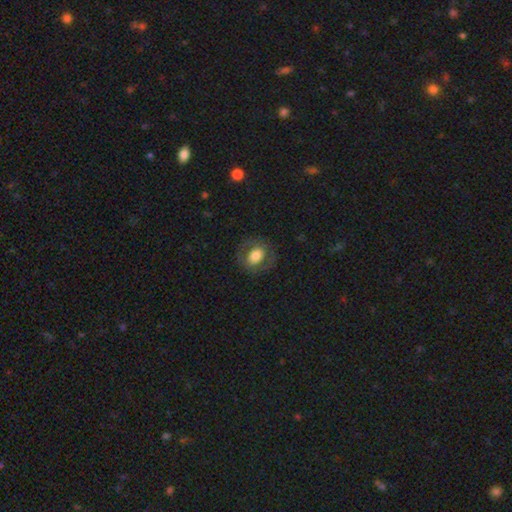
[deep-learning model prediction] A smooth galaxy with no disk features (63%) that is in between round and cigar-shaped (53%). Merging: none (78%).